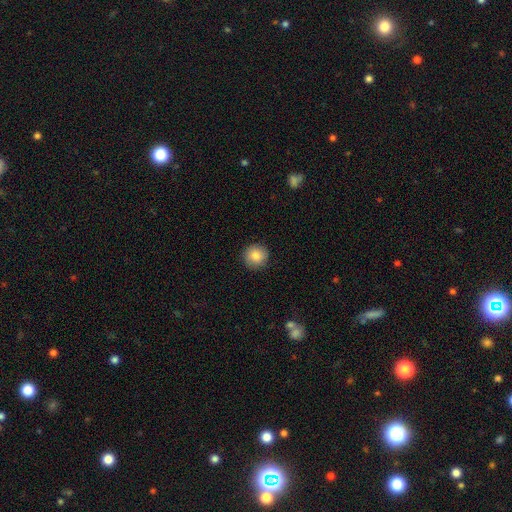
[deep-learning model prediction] Smooth or featured?
  - smooth: 84% *
  - star or artifact: 8%
  - featured or disk: 7%
How rounded?
  - round: 94% *
  - in between: 5%
  - cigar-shaped: 1%
Merging?
  - none: 89% *
  - minor disturbance: 8%
  - major disturbance: 2%
  - merger: 1%